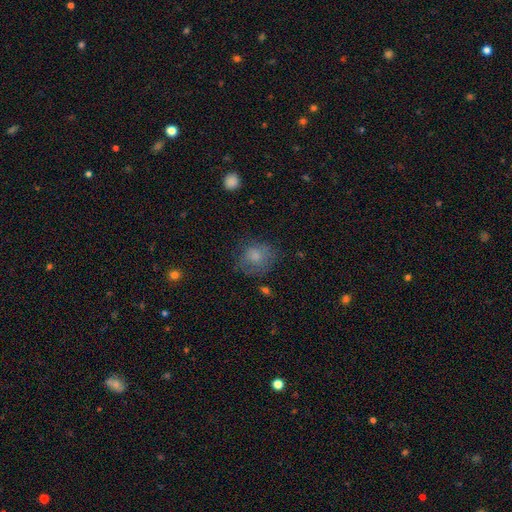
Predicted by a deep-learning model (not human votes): Smooth or featured?
  - smooth: 71% *
  - featured or disk: 18%
  - star or artifact: 10%
How rounded?
  - round: 71% *
  - in between: 28%
  - cigar-shaped: 1%
Merging?
  - none: 59% *
  - minor disturbance: 25%
  - major disturbance: 14%
  - merger: 2%